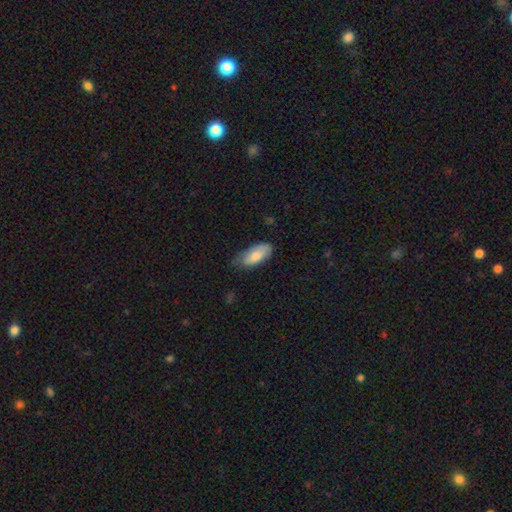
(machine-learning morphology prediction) Smooth or featured?
  - smooth: 78% *
  - featured or disk: 16%
  - star or artifact: 6%
How rounded?
  - in between: 89% *
  - cigar-shaped: 9%
  - round: 2%
Merging?
  - none: 55% *
  - minor disturbance: 36%
  - major disturbance: 7%
  - merger: 1%